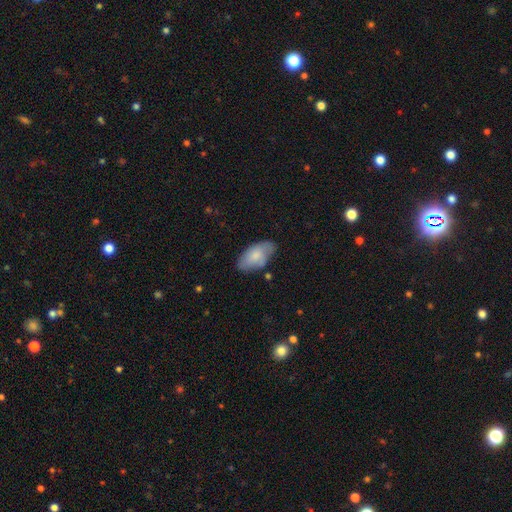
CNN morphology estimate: Smooth or featured: smooth — 72% (featured or disk — 21%)
How rounded: in between — 94% (round — 3%)
Merging: none — 61% (minor disturbance — 28%)